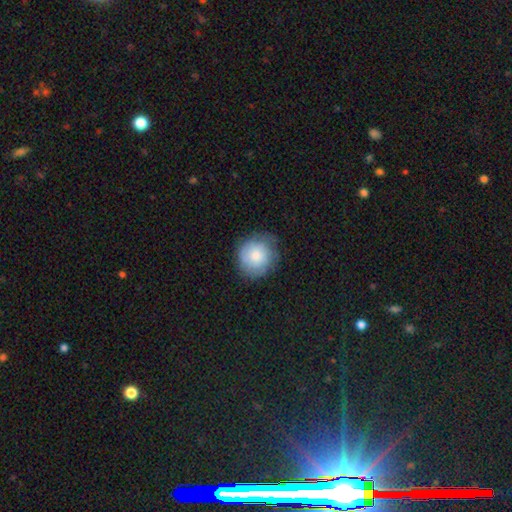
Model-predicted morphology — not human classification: type=smooth (74%); roundness=round (87%); merging=none (68%).